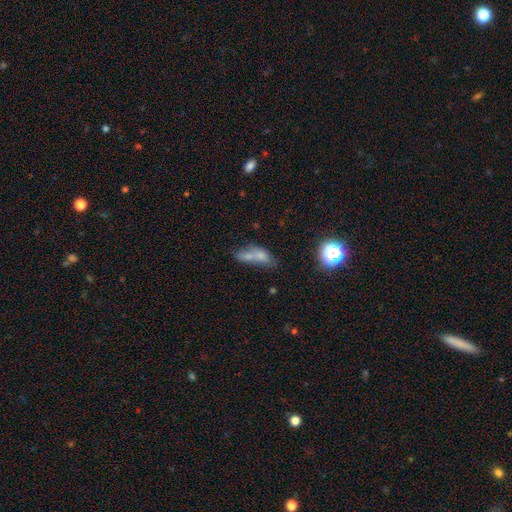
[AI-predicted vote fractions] The model was most divided on "merging": merger: 43%, none: 28%, minor disturbance: 15%, major disturbance: 14%. More confident: how rounded — in between (64%); smooth or featured — smooth (60%).